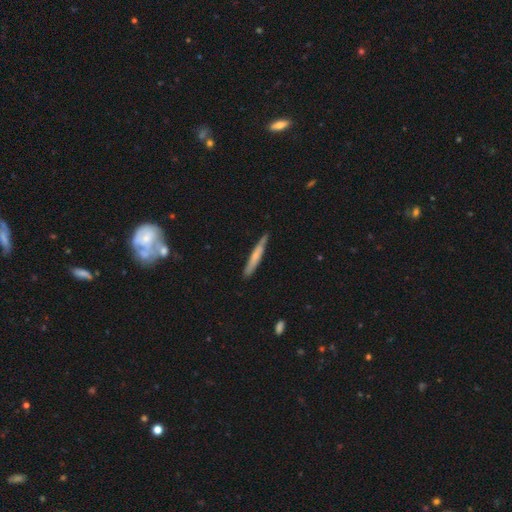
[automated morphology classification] Q: Smooth or featured?
A: smooth (60%); runner-up: featured or disk (35%)
Q: How rounded?
A: cigar-shaped (95%); runner-up: in between (4%)
Q: Merging?
A: none (80%); runner-up: minor disturbance (16%)